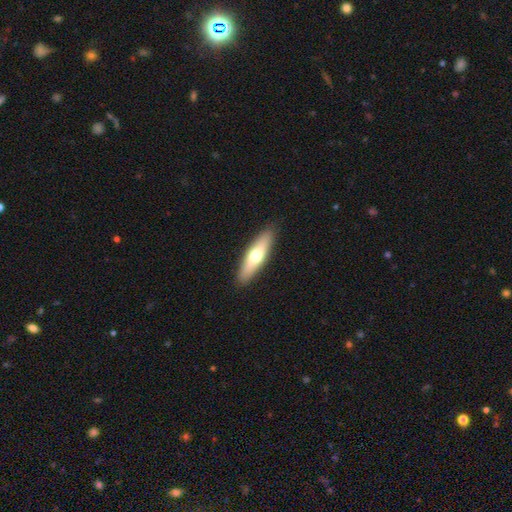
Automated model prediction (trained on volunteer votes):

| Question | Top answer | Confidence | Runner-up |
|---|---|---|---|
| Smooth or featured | smooth | 60% | featured or disk (35%) |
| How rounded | cigar-shaped | 65% | in between (33%) |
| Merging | none | 89% | minor disturbance (8%) |